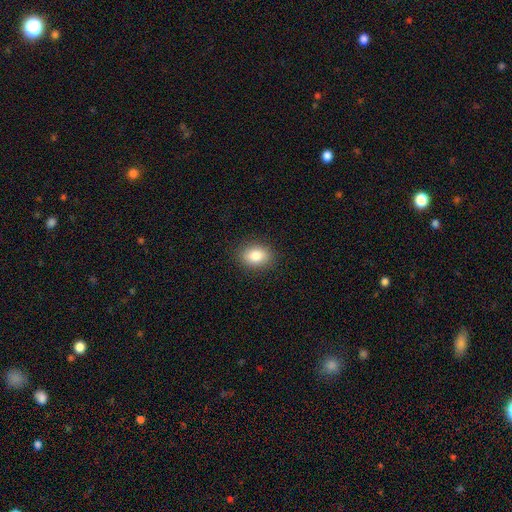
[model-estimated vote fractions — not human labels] Smooth or featured? Predicted: smooth (p=0.84). How rounded? Predicted: in between (p=0.73). Merging? Predicted: none (p=0.89).